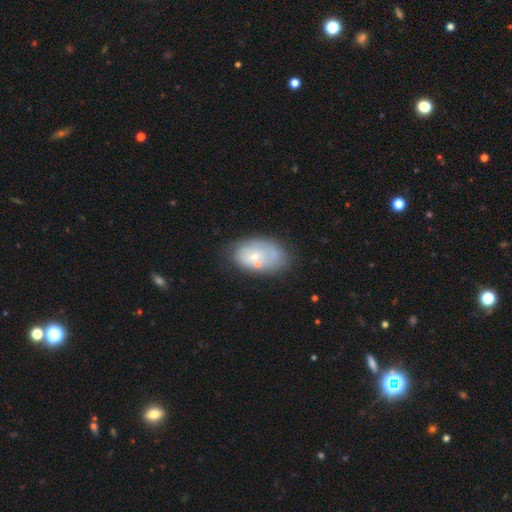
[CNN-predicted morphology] Smooth or featured? smooth (49%)
Merging? none (51%)